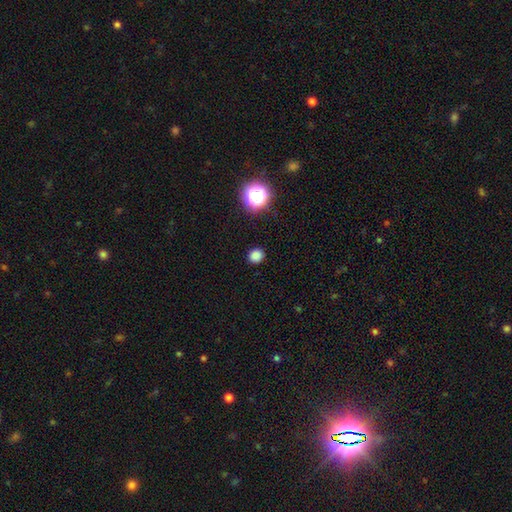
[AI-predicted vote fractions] smooth_or_featured: smooth (p=0.81) [alt: star or artifact p=0.15]
how_rounded: round (p=0.86) [alt: in between p=0.13]
merging: none (p=0.90) [alt: minor disturbance p=0.06]